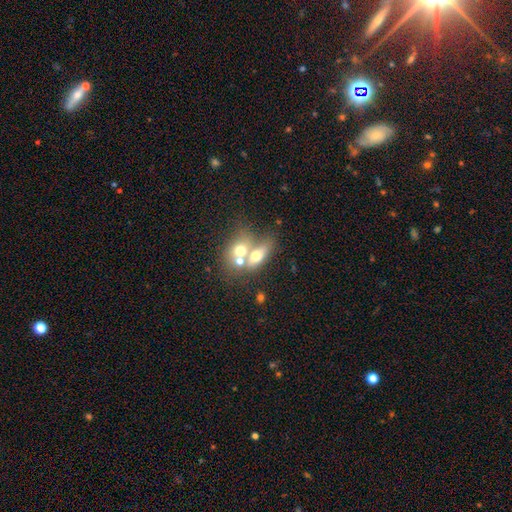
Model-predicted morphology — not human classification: smooth_or_featured: smooth (p=0.60) [alt: featured or disk p=0.30]
how_rounded: in between (p=0.64) [alt: round p=0.29]
merging: merger (p=0.66) [alt: none p=0.22]